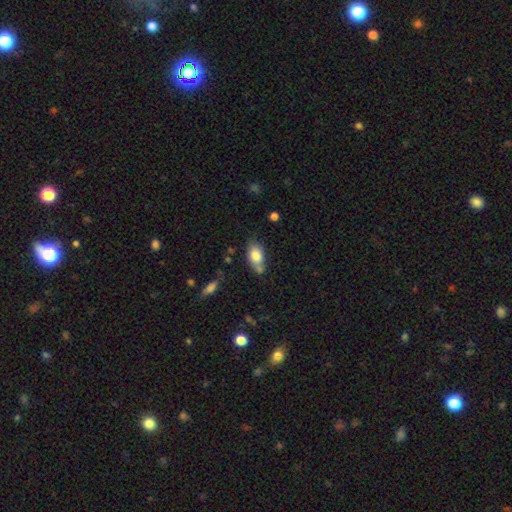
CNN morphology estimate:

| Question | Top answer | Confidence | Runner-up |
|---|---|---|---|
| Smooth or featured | smooth | 81% | featured or disk (11%) |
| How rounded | in between | 89% | round (8%) |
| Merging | none | 60% | minor disturbance (20%) |